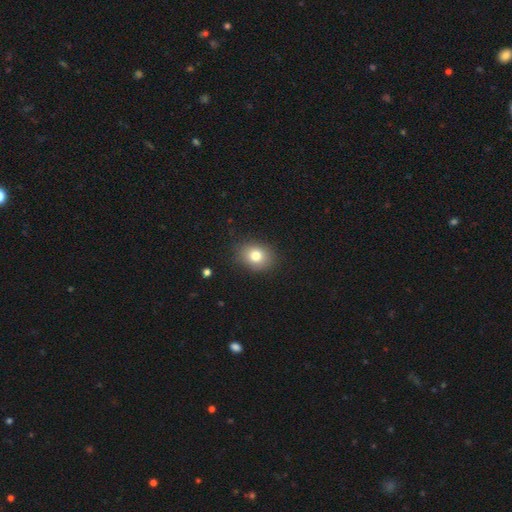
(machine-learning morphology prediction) Smooth or featured? Predicted: smooth (p=0.80). How rounded? Predicted: round (p=0.50). Merging? Predicted: none (p=0.85).